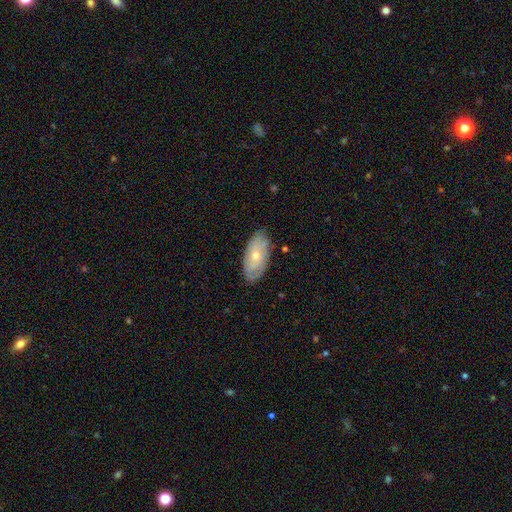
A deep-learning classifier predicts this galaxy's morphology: Overall: smooth (50%; featured or disk 44%). Merging: none (80%).